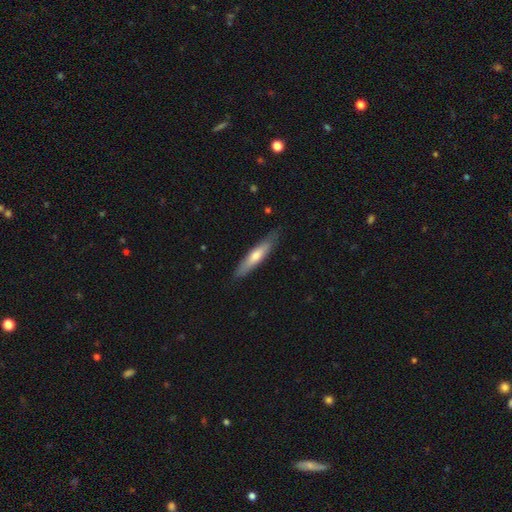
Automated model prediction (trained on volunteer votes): This appears to be a smooth galaxy with no disk features (60%) that is cigar-shaped (83%). Merging: none (82%).